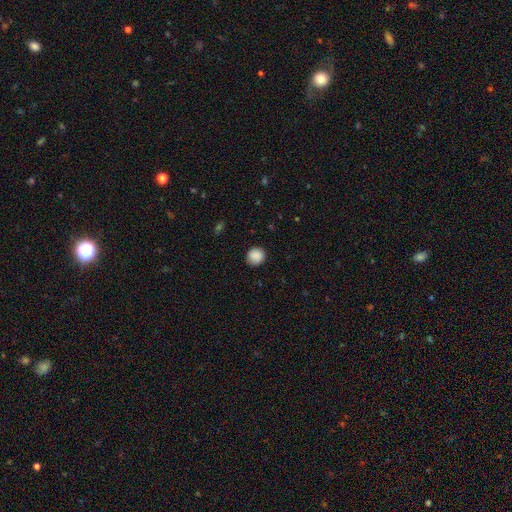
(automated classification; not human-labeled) Overall: smooth (89%). How rounded: round (87%). Merging: none (87%).